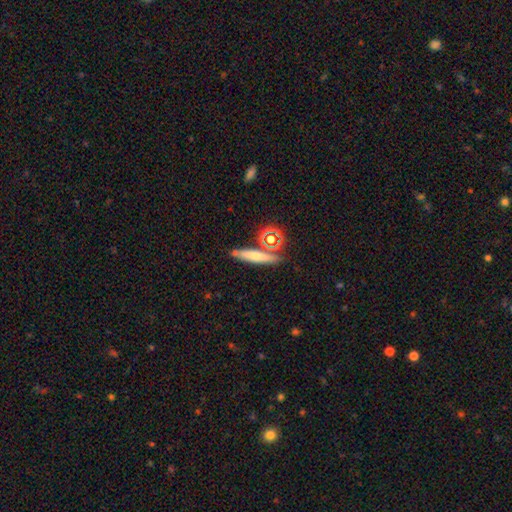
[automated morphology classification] Smooth or featured: smooth — 62% (featured or disk — 26%)
How rounded: cigar-shaped — 77% (in between — 16%)
Merging: none — 74% (minor disturbance — 12%)